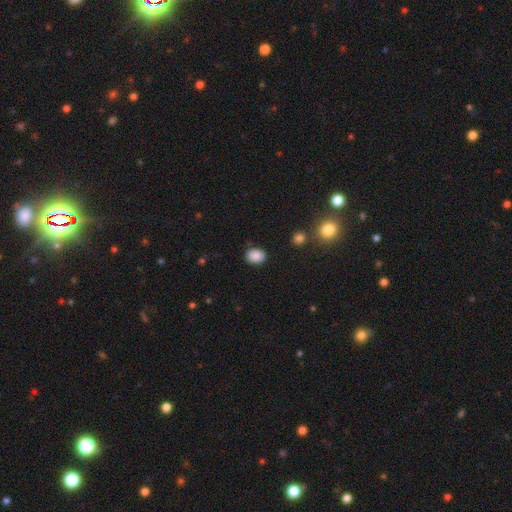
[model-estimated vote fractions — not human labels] A smooth galaxy with no disk features (87%) that is in between round and cigar-shaped (65%).

Vote fractions:
- Smooth or featured? smooth: 87% / star or artifact: 9% / featured or disk: 4%
- How rounded? in between: 65% / round: 34% / cigar-shaped: 1%
- Merging? none: 85% / minor disturbance: 11% / major disturbance: 3% / merger: 2%